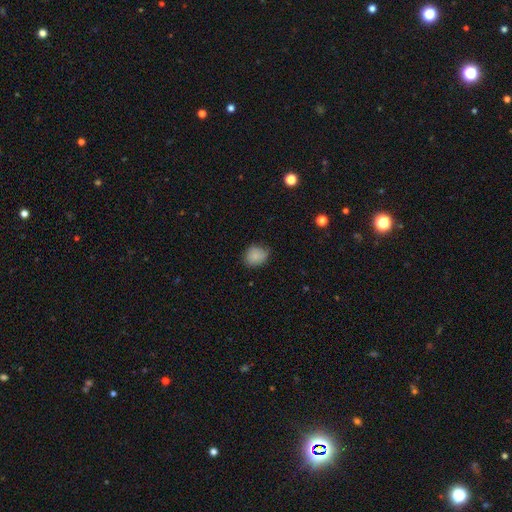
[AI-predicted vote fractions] Smooth or featured?
  - smooth: 85% *
  - star or artifact: 9%
  - featured or disk: 7%
How rounded?
  - round: 60% *
  - in between: 39%
  - cigar-shaped: 1%
Merging?
  - none: 73% *
  - minor disturbance: 22%
  - major disturbance: 4%
  - merger: 1%